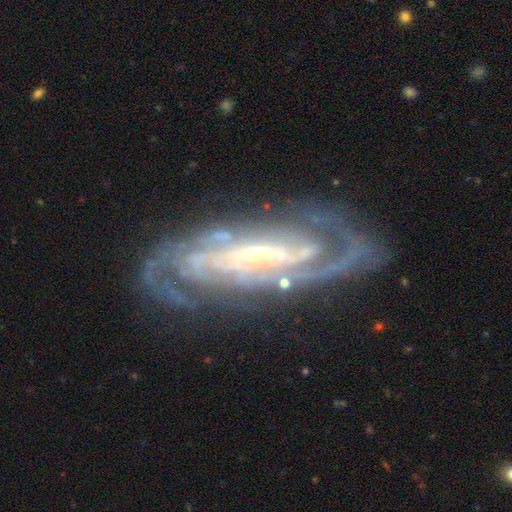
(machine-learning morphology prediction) Overall: featured or disk (89%). Edge-on disk: no (89%). Bar: no (35%; weak 33%). Spiral arms: yes (96%). Spiral arm count: 2 (32%; can't tell 27%). Spiral winding: tight (66%; medium 28%). Bulge size: small (68%). Merging: none (76%).